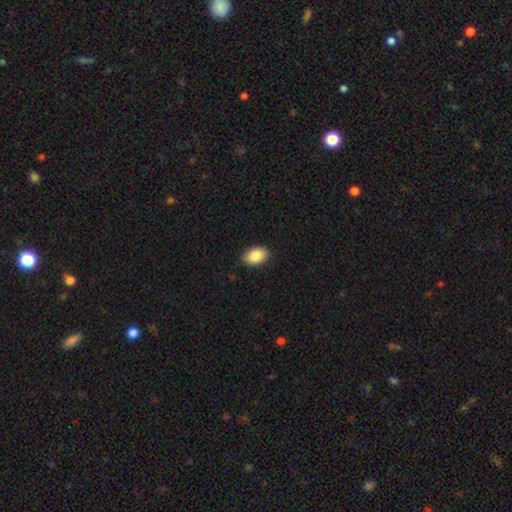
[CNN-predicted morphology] This is clearly a smooth galaxy (87%). How rounded: clearly in between (88%). Merging: clearly none (90%).